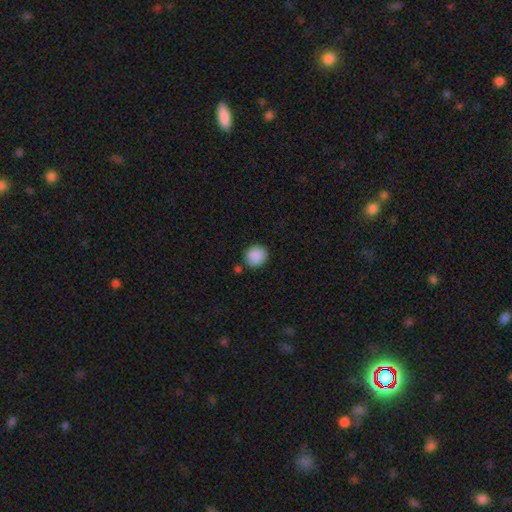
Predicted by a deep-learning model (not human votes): Overall: smooth (89%). How rounded: round (89%). Merging: none (81%).